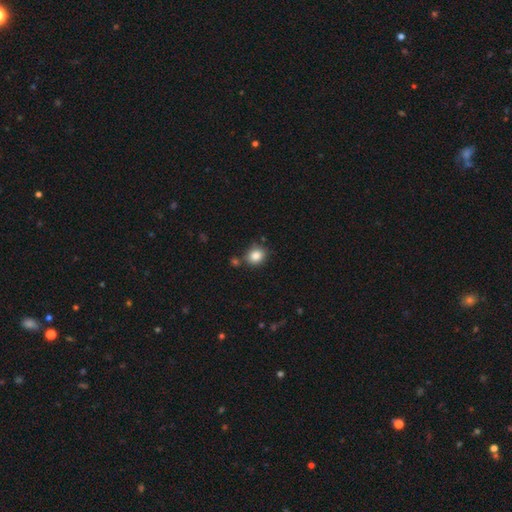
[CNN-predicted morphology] This appears to be a smooth galaxy with no disk features (84%) that is round (70%). Merging: none (75%).